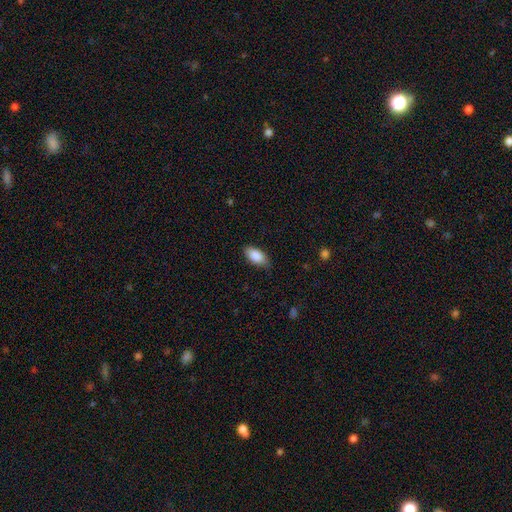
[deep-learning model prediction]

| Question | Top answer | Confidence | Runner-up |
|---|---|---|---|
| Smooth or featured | smooth | 87% | featured or disk (6%) |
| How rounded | in between | 91% | cigar-shaped (6%) |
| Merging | none | 80% | minor disturbance (16%) |